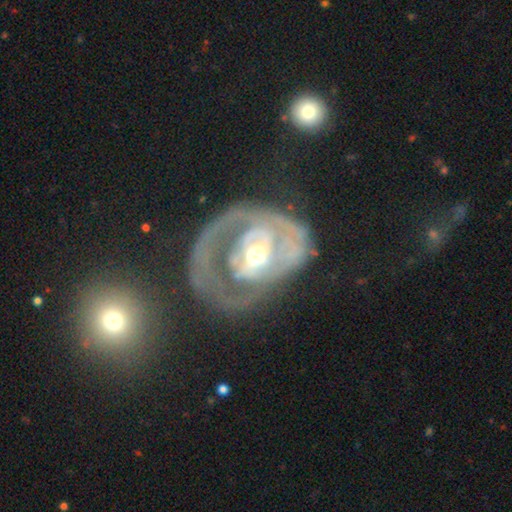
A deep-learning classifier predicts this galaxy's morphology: Smooth or featured? Predicted: featured or disk (p=0.83). Edge-on disk? Predicted: no (p=0.97). Bar? Predicted: no (p=0.43). Spiral arms? Predicted: yes (p=0.73). Spiral winding? Predicted: tight (p=0.55). Spiral arm count? Predicted: can't tell (p=0.30). Bulge size? Predicted: moderate (p=0.68). Merging? Predicted: major disturbance (p=0.45).